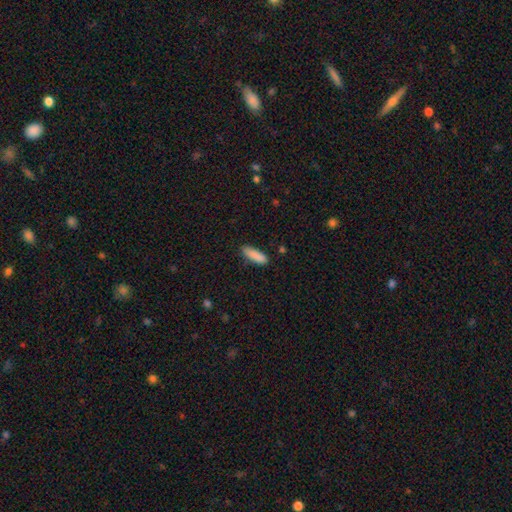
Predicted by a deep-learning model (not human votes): A smooth galaxy with no disk features (88%) that is cigar-shaped (55%).

Vote fractions:
- Smooth or featured? smooth: 88% / star or artifact: 7% / featured or disk: 5%
- How rounded? cigar-shaped: 55% / in between: 43% / round: 2%
- Merging? none: 83% / minor disturbance: 13% / major disturbance: 2% / merger: 2%